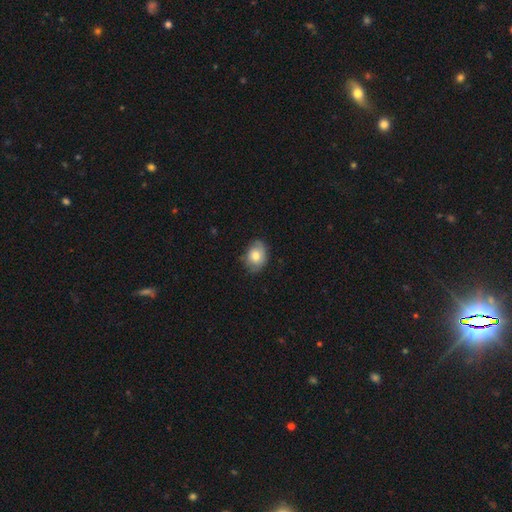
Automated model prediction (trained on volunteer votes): Q: Smooth or featured?
A: smooth (74%); runner-up: featured or disk (18%)
Q: How rounded?
A: in between (68%); runner-up: round (31%)
Q: Merging?
A: none (68%); runner-up: minor disturbance (26%)